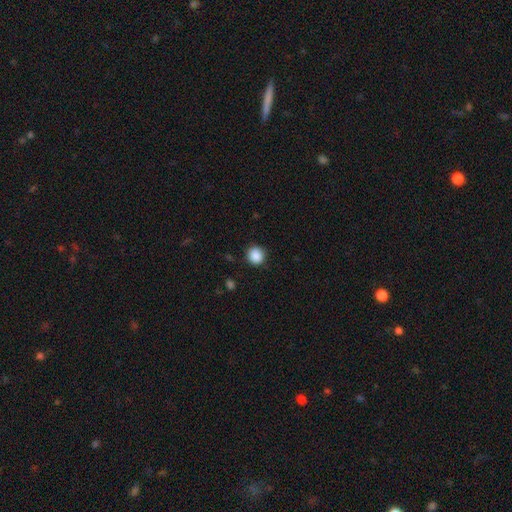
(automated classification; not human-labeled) Q: Smooth or featured?
A: smooth (88%); runner-up: star or artifact (9%)
Q: How rounded?
A: round (90%); runner-up: in between (9%)
Q: Merging?
A: none (89%); runner-up: minor disturbance (8%)